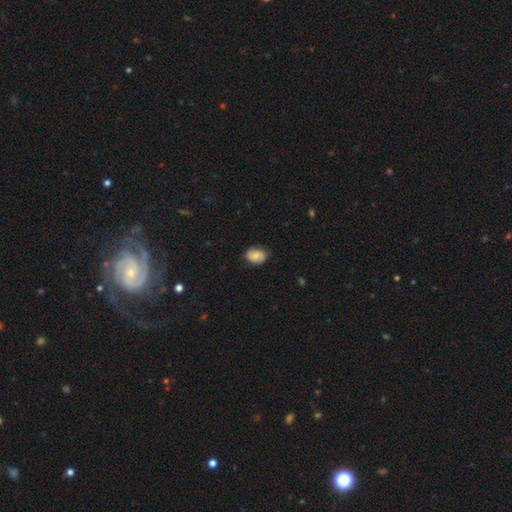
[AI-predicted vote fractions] Smooth or featured? smooth (75%)
How rounded? in between (66%)
Merging? none (76%)